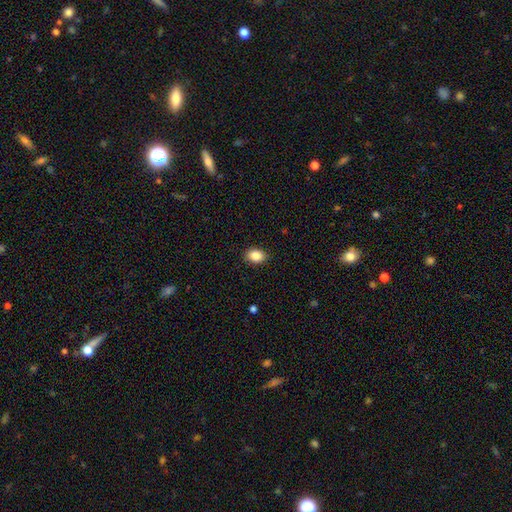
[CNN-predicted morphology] Q: Smooth or featured?
A: smooth (86%); runner-up: star or artifact (9%)
Q: How rounded?
A: in between (71%); runner-up: round (28%)
Q: Merging?
A: none (88%); runner-up: minor disturbance (9%)